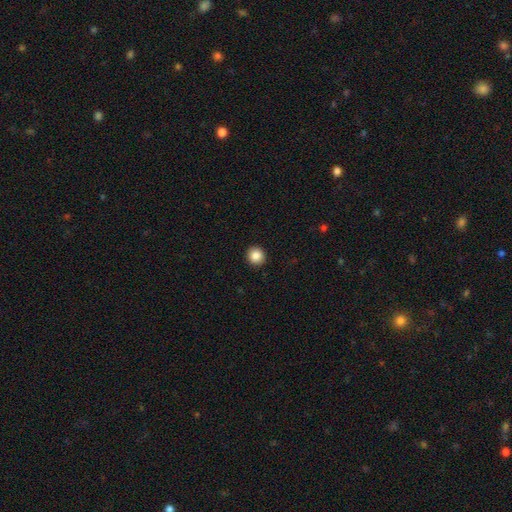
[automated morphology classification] smooth-or-featured: smooth: 87% | star or artifact: 9% | featured or disk: 4%
  how-rounded: round: 91% | in between: 8% | cigar-shaped: 1%
  merging: none: 93% | minor disturbance: 5% | major disturbance: 2% | merger: 1%